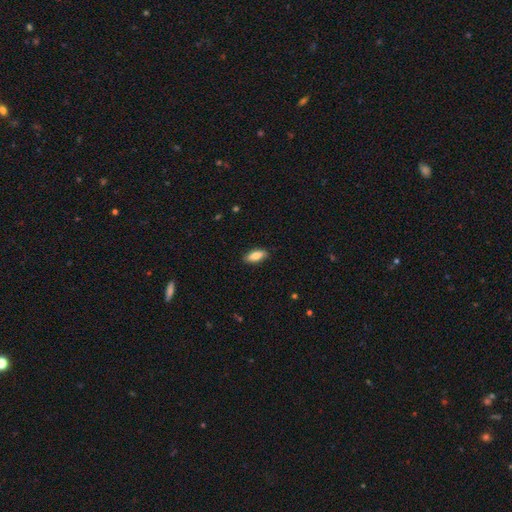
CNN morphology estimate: This appears to be a smooth galaxy with no disk features (83%) that is in between round and cigar-shaped (83%). Merging: none (87%).